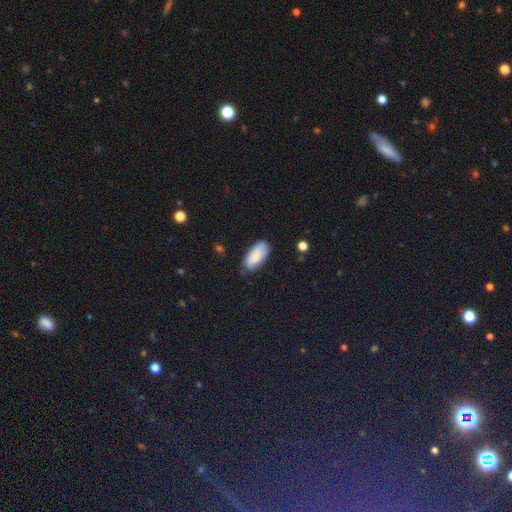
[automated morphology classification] Smooth or featured? Predicted: smooth (p=0.84). How rounded? Predicted: in between (p=0.91). Merging? Predicted: none (p=0.74).